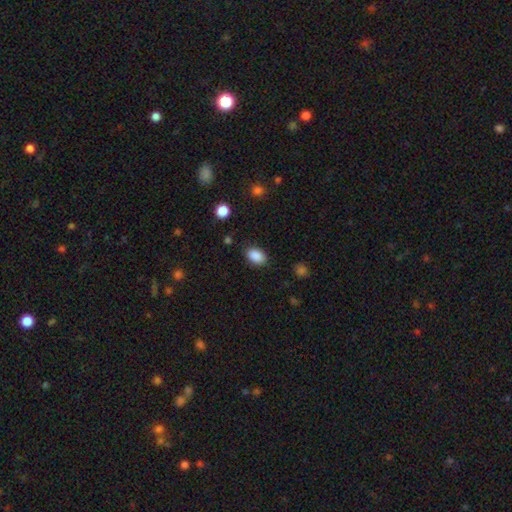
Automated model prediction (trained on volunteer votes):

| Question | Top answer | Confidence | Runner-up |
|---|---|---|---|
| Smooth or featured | smooth | 88% | star or artifact (8%) |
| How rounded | in between | 85% | round (14%) |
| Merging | none | 85% | minor disturbance (11%) |